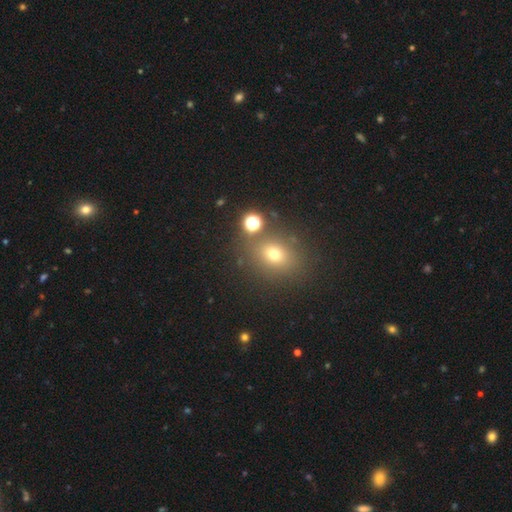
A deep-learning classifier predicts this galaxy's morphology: A smooth galaxy with no disk features (56%) that is round (65%).

Vote fractions:
- Smooth or featured? smooth: 56% / star or artifact: 33% / featured or disk: 10%
- How rounded? round: 65% / in between: 34% / cigar-shaped: 1%
- Merging? none: 76% / merger: 12% / minor disturbance: 9% / major disturbance: 3%